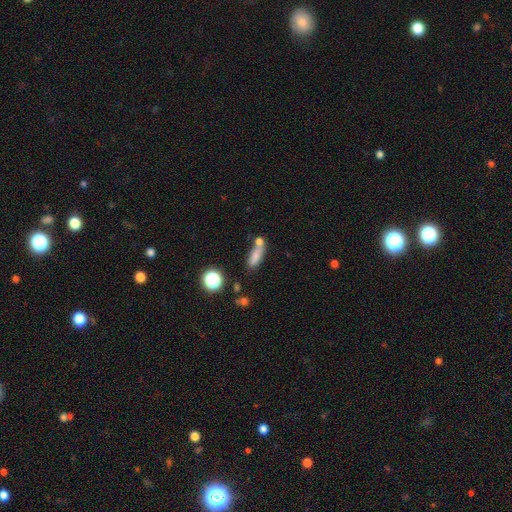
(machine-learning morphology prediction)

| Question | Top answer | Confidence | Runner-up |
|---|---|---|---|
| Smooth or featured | smooth | 73% | star or artifact (14%) |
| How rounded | in between | 54% | cigar-shaped (39%) |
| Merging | none | 43% | merger (33%) |